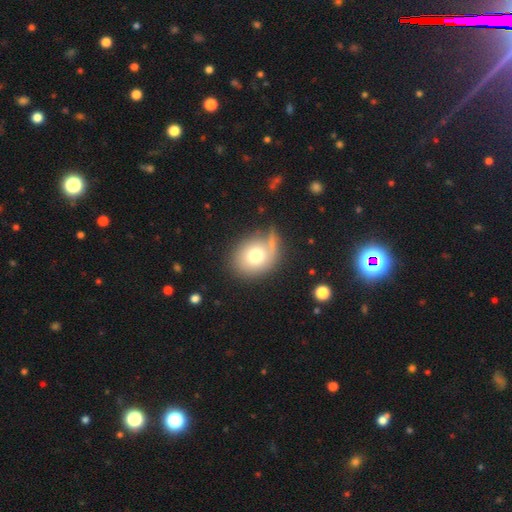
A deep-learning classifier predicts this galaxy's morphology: The model was most divided on "how rounded": round: 65%, in between: 34%, cigar-shaped: 1%. More confident: smooth or featured — smooth (72%); merging — none (60%).